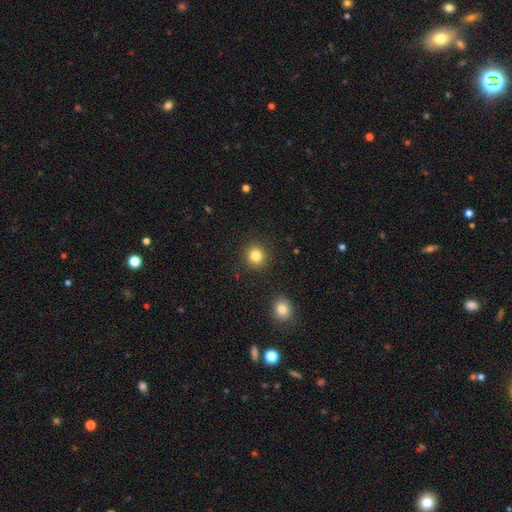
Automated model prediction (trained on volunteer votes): Smooth or featured? smooth (84%)
How rounded? round (91%)
Merging? none (90%)